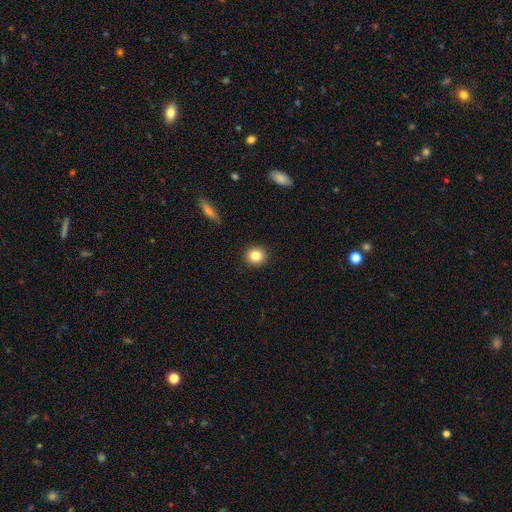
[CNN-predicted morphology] This is clearly a smooth galaxy (83%). How rounded: clearly round (89%). Merging: clearly none (92%).